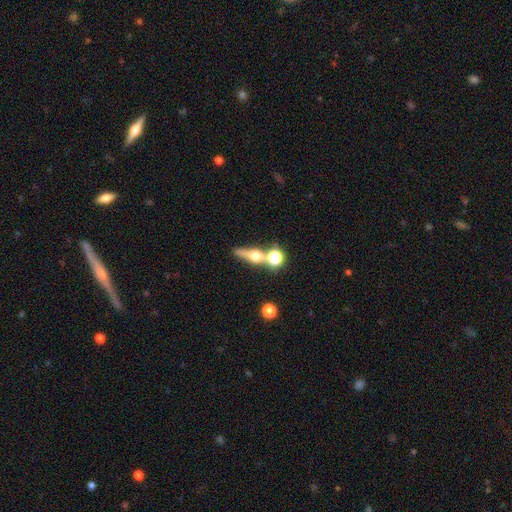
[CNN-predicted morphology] A featured or disk galaxy (49%).

Vote fractions:
- Smooth or featured? featured or disk: 49% / smooth: 38% / star or artifact: 13%
- Merging? none: 51% / merger: 31% / minor disturbance: 11% / major disturbance: 7%